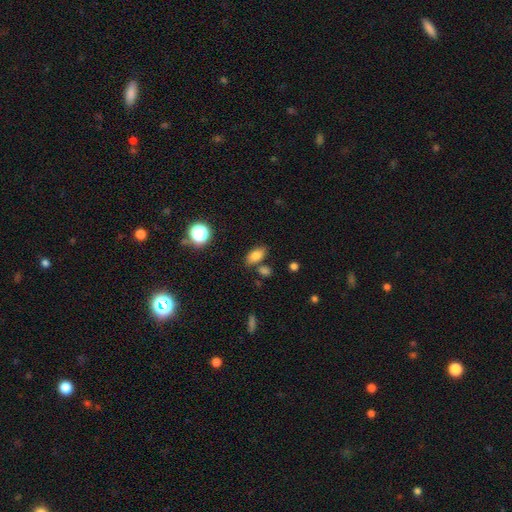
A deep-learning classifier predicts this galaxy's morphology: A smooth galaxy with no disk features (81%) that is in between round and cigar-shaped (87%).

Vote fractions:
- Smooth or featured? smooth: 81% / star or artifact: 11% / featured or disk: 8%
- How rounded? in between: 87% / round: 8% / cigar-shaped: 5%
- Merging? none: 72% / minor disturbance: 13% / merger: 11% / major disturbance: 4%